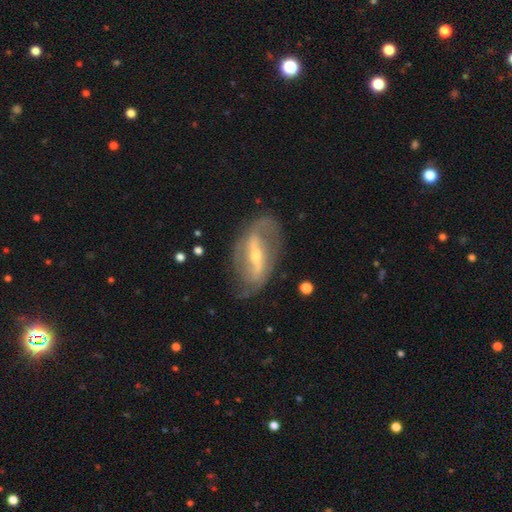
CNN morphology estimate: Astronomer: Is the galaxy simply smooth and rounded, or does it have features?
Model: featured or disk — 84%.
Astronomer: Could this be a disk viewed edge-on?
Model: no — 90%.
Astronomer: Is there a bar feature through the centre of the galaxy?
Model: strong — 63%.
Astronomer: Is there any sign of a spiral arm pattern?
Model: yes — 85%.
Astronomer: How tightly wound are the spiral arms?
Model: medium — 41% (runner-up: loose, 35%).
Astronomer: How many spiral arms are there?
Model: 2 — 79%.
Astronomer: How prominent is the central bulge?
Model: small — 49% (runner-up: moderate, 45%).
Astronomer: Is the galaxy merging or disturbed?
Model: none — 70%.